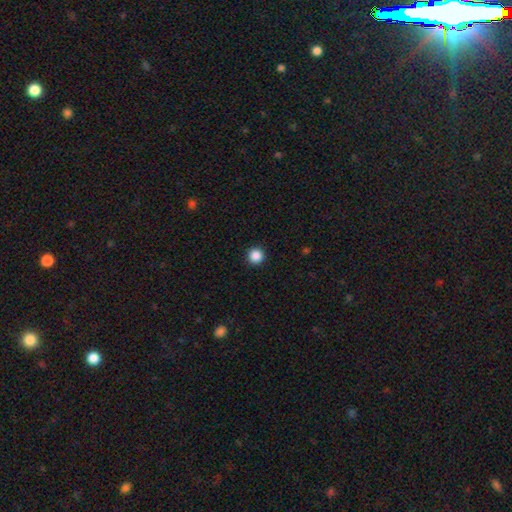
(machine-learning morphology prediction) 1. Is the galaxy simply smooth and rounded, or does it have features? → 87% smooth, 10% star or artifact, 3% featured or disk.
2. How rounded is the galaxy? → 96% round, 3% in between, 1% cigar-shaped.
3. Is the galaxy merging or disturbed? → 93% none, 4% minor disturbance, 2% major disturbance, 1% merger.